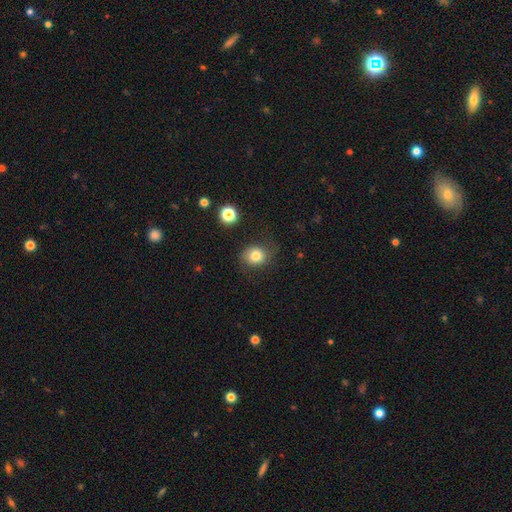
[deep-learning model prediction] Smooth or featured: smooth — 79% (star or artifact — 11%)
How rounded: round — 68% (in between — 31%)
Merging: none — 69% (minor disturbance — 20%)